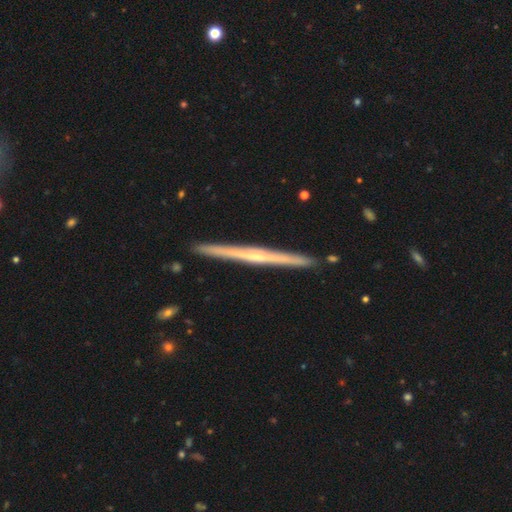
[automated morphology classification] This appears to be a featured or disk galaxy (73%) viewed edge-on (98%) with no central bulge (57%). Merging: none (92%).